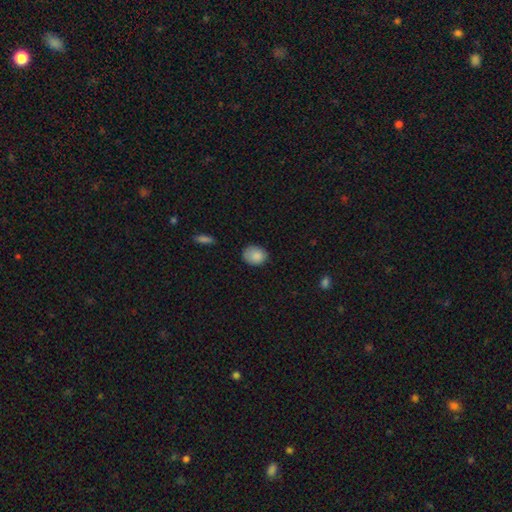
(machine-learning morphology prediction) A smooth galaxy with no disk features (86%) that is in between round and cigar-shaped (53%). Merging: none (74%).